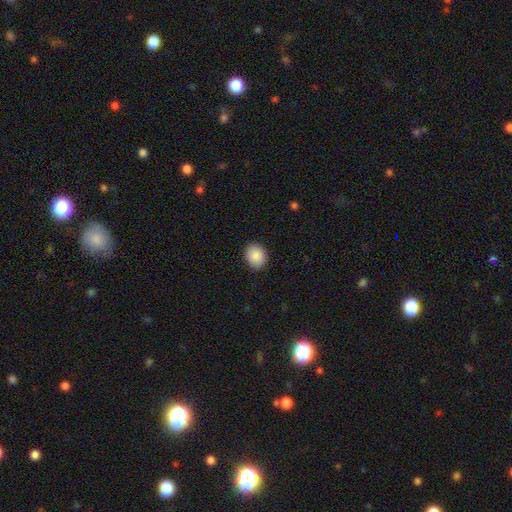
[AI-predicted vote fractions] The model was most divided on "how rounded": round: 58%, in between: 41%, cigar-shaped: 1%. More confident: merging — none (89%); smooth or featured — smooth (89%).